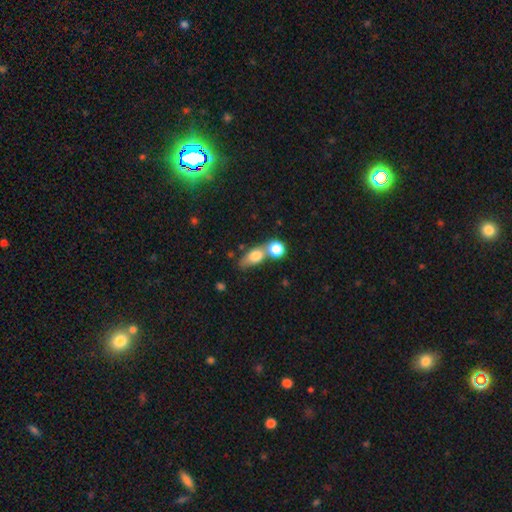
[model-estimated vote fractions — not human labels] smooth 75%, featured or disk 16%, star or artifact 9%. Down the decision tree: how rounded — in between (66%); merging — merger (53%).